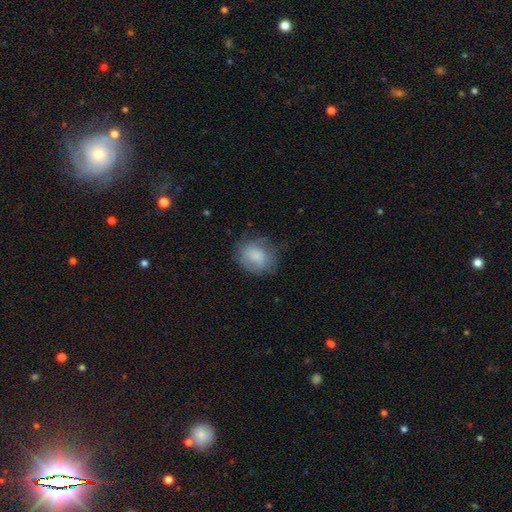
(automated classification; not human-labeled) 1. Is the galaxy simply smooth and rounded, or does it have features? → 75% smooth, 17% featured or disk, 8% star or artifact.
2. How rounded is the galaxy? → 60% round, 39% in between, 1% cigar-shaped.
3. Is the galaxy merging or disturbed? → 63% none, 24% minor disturbance, 11% major disturbance, 1% merger.